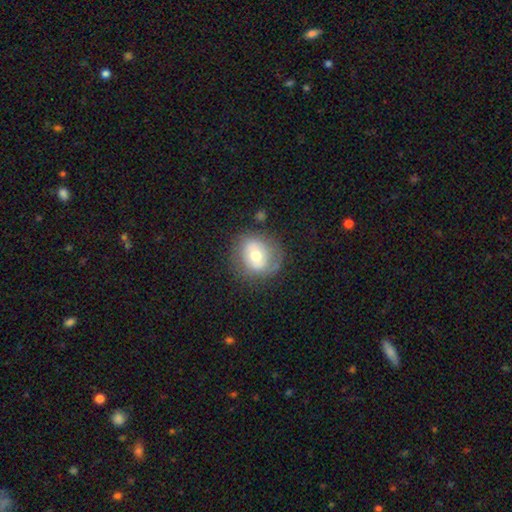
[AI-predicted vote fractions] Smooth or featured: smooth — 52% (featured or disk — 39%)
How rounded: round — 72% (in between — 27%)
Merging: none — 69% (minor disturbance — 19%)